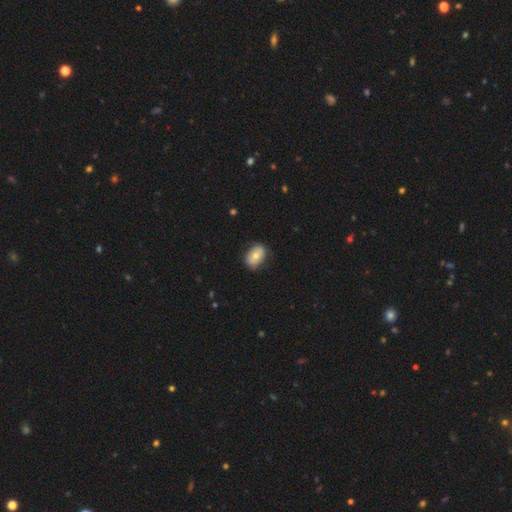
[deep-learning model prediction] A smooth galaxy with no disk features (67%) that is in between round and cigar-shaped (77%).

Vote fractions:
- Smooth or featured? smooth: 67% / featured or disk: 26% / star or artifact: 7%
- How rounded? in between: 77% / round: 22% / cigar-shaped: 1%
- Merging? none: 78% / minor disturbance: 17% / major disturbance: 4% / merger: 1%